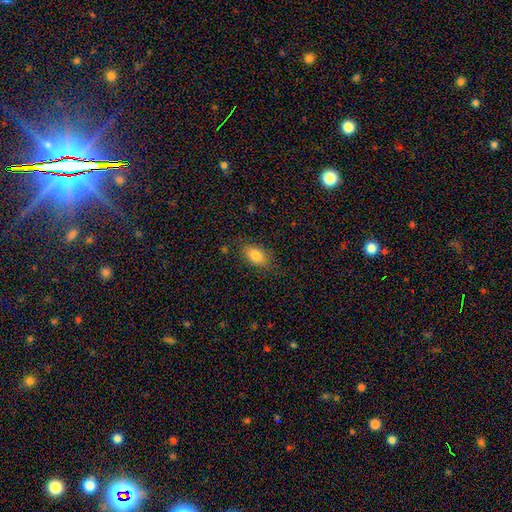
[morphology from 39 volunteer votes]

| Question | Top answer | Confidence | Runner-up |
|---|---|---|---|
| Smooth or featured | smooth | 79% | featured or disk (10%) |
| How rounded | in between | 97% | round (3%) |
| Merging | none | 91% | minor disturbance (6%) |